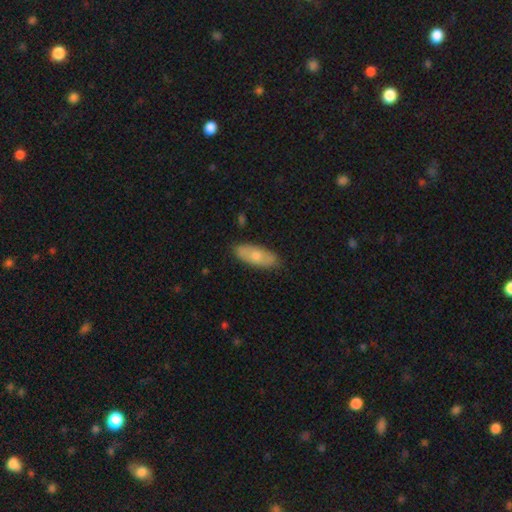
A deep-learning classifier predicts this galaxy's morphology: Smooth or featured: smooth — 65% (featured or disk — 30%)
How rounded: in between — 76% (cigar-shaped — 21%)
Merging: none — 83% (minor disturbance — 14%)